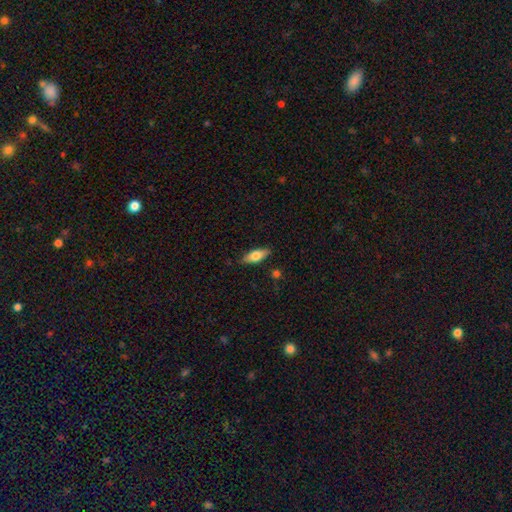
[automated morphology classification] Smooth or featured? smooth (65%)
How rounded? in between (69%)
Merging? none (83%)